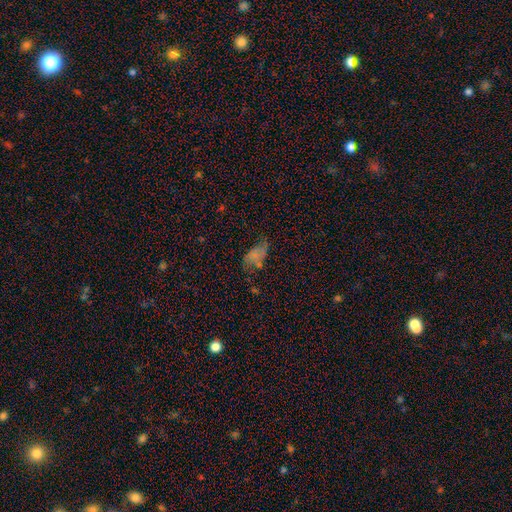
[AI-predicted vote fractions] A smooth galaxy with no disk features (60%) that is in between round and cigar-shaped (91%). Merging: none (35%).